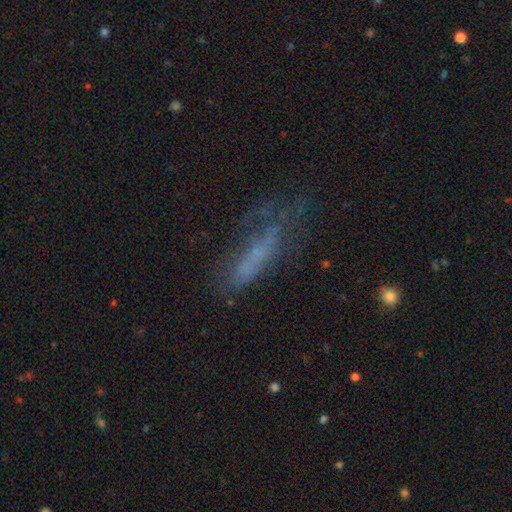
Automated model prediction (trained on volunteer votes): Smooth or featured?
  - smooth: 45% *
  - featured or disk: 39%
  - star or artifact: 16%
Merging?
  - none: 46% *
  - major disturbance: 25%
  - minor disturbance: 25%
  - merger: 3%